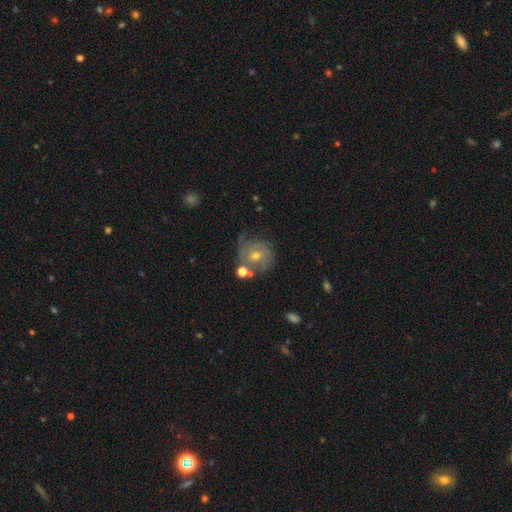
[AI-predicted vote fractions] smooth-or-featured: featured or disk: 59% | smooth: 28% | star or artifact: 13%
  disk-edge-on: no: 96% | yes: 4%
    bar: no: 72% | weak: 23% | strong: 5%
    has-spiral-arms: yes: 78% | no: 22%
    bulge-size: moderate: 50% | small: 46% | large: 1% | none: 1% | dominant: 1%
  merging: none: 60% | minor disturbance: 22% | major disturbance: 10% | merger: 9%